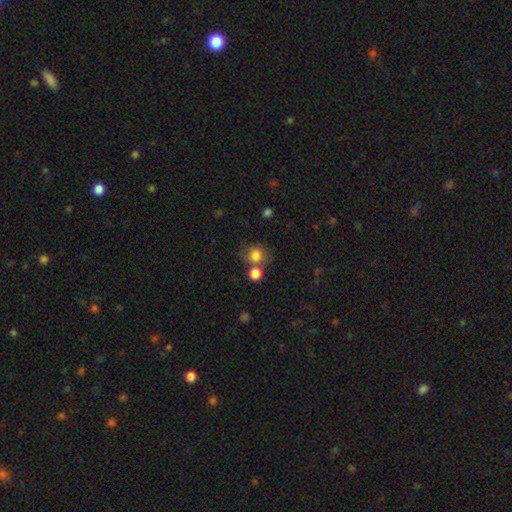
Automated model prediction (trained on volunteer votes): Morphology: type=smooth (81%); roundness=round (86%); merging=none (60%).